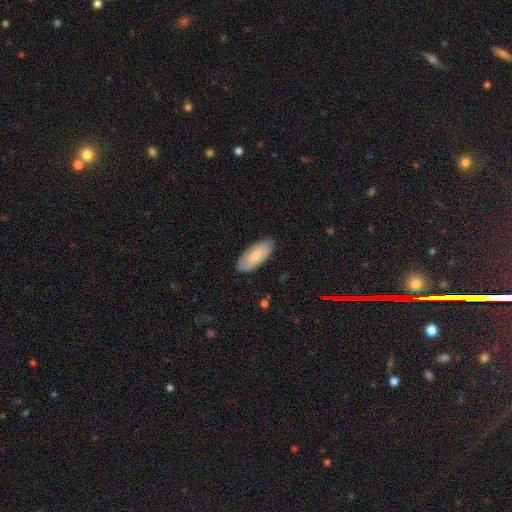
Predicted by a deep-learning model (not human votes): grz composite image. It shows a smooth galaxy with no disk features (76%) that is in between round and cigar-shaped (89%). Merging: none (85%).